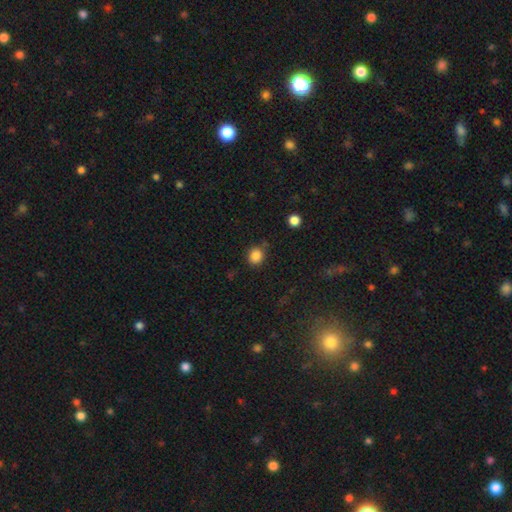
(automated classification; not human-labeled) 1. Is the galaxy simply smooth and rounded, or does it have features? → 85% smooth, 11% star or artifact, 4% featured or disk.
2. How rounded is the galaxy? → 74% round, 25% in between, 1% cigar-shaped.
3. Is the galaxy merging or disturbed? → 77% none, 15% minor disturbance, 5% merger, 4% major disturbance.